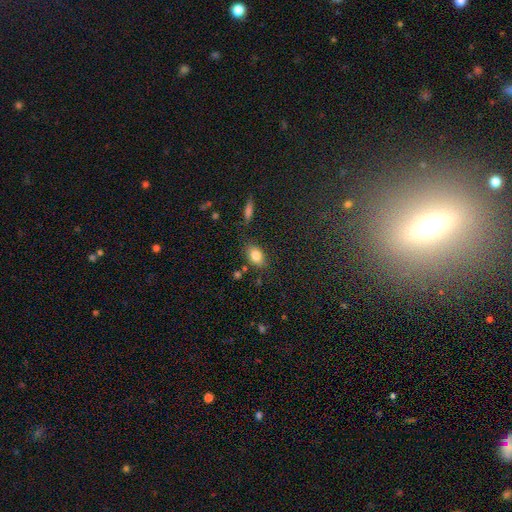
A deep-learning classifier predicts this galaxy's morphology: smooth 81%, featured or disk 10%, star or artifact 9%. Down the decision tree: how rounded — in between (84%); merging — none (78%).